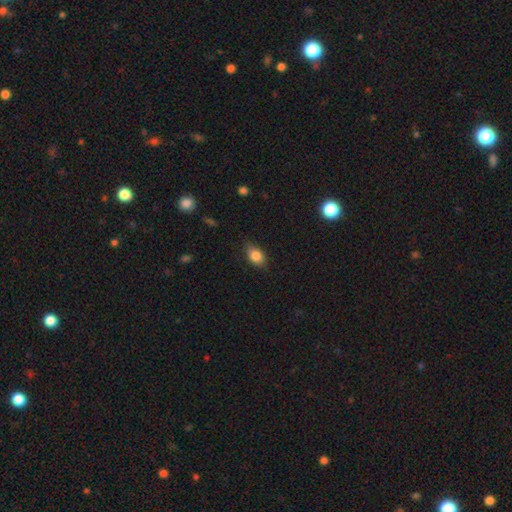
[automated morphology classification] Smooth or featured: smooth — 82% (featured or disk — 9%)
How rounded: in between — 80% (round — 17%)
Merging: none — 75% (minor disturbance — 20%)